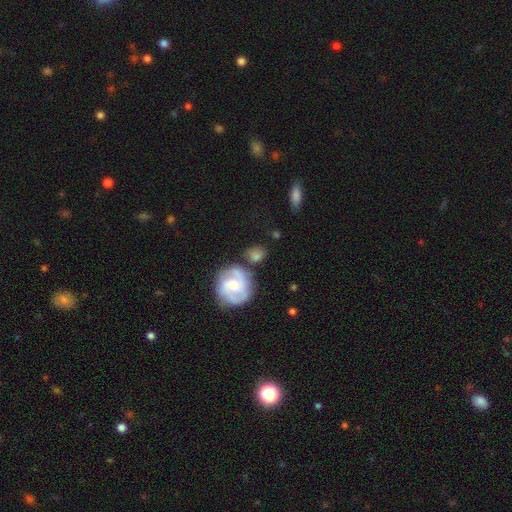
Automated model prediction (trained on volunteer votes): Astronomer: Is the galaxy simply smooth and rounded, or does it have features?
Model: smooth — 57% (runner-up: featured or disk, 35%).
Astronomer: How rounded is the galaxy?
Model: round — 69%.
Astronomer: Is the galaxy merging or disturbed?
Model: none — 63%.